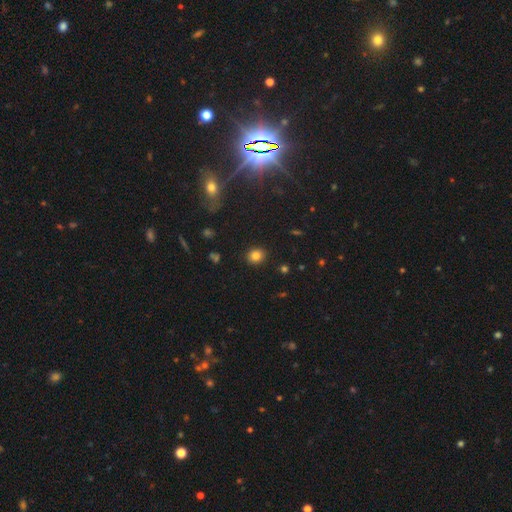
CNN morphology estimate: Q: Smooth or featured?
A: smooth (83%); runner-up: star or artifact (12%)
Q: How rounded?
A: round (76%); runner-up: in between (23%)
Q: Merging?
A: none (90%); runner-up: minor disturbance (6%)